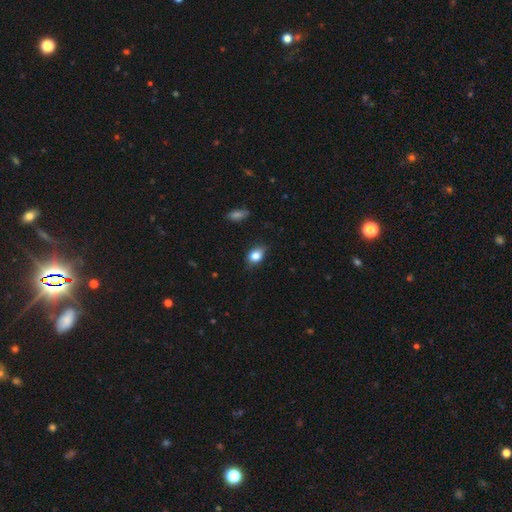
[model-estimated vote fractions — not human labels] Smooth or featured? Predicted: smooth (p=0.81). How rounded? Predicted: in between (p=0.69). Merging? Predicted: none (p=0.71).